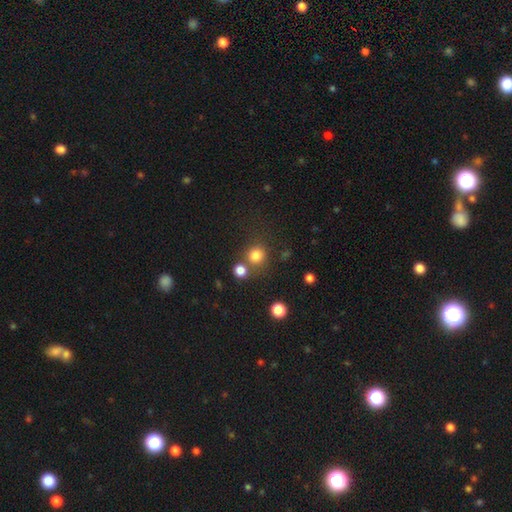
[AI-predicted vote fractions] This appears to be a smooth galaxy with no disk features (80%) that is round (90%). Merging: none (69%).